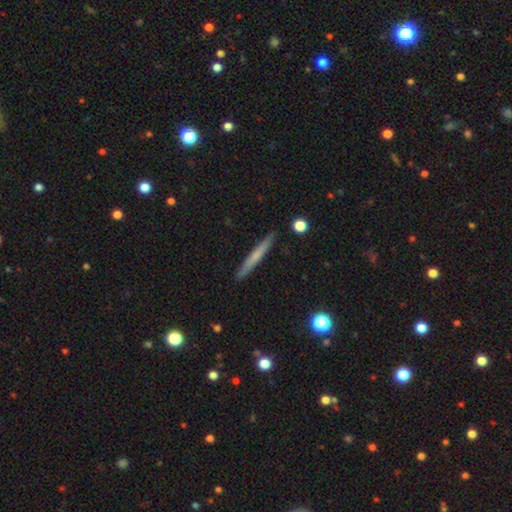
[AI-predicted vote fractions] Smooth or featured? smooth (57%)
How rounded? cigar-shaped (96%)
Merging? none (91%)